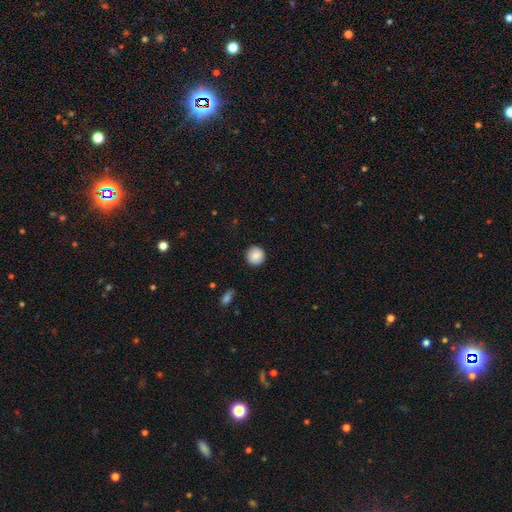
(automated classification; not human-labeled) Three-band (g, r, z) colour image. It shows a smooth galaxy with no disk features (84%) that is round (94%). Merging: none (90%).